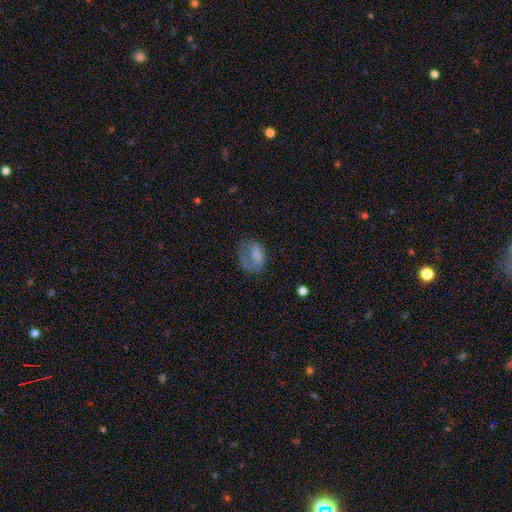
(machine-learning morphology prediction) Overall: smooth (58%; featured or disk 32%). How rounded: in between (76%). Merging: none (38%; major disturbance 33%).